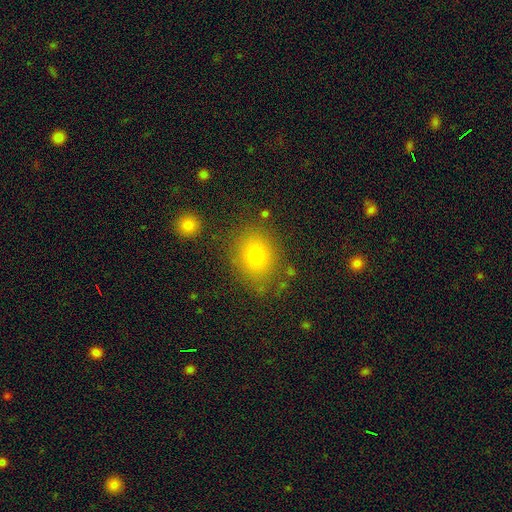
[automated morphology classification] This appears to be a smooth galaxy with no disk features (73%) that is round (55%). Merging: none (80%).